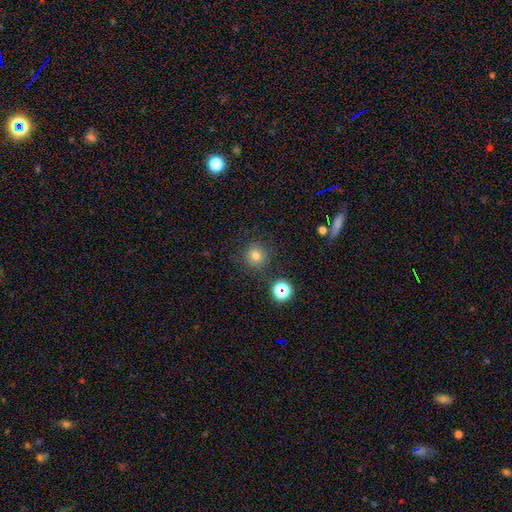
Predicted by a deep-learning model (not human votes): This is likely a smooth galaxy (75%). How rounded: clearly round (94%). Merging: clearly none (85%).